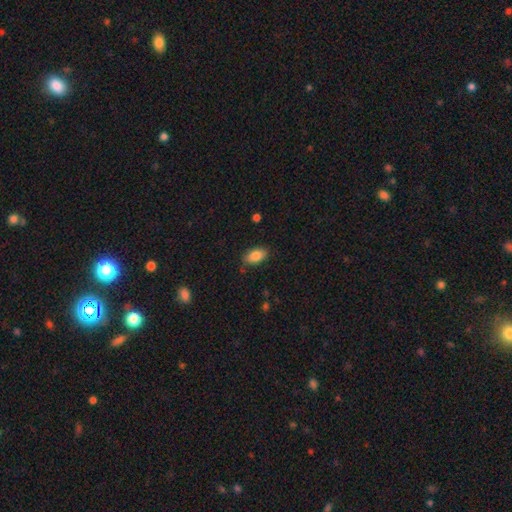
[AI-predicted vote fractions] A smooth galaxy with no disk features (84%) that is in between round and cigar-shaped (91%). Merging: none (82%).